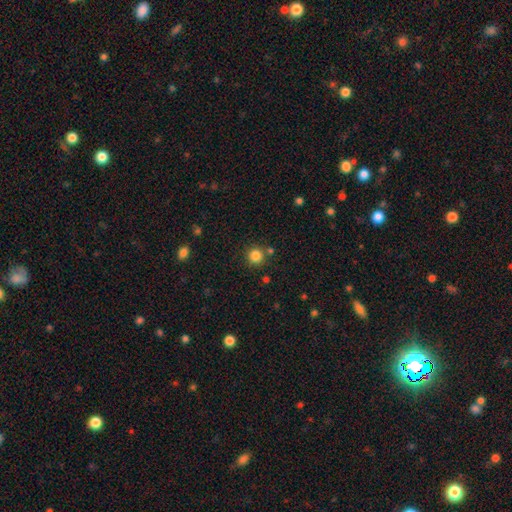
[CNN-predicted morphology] Smooth or featured: smooth — 84% (star or artifact — 12%)
How rounded: round — 94% (in between — 5%)
Merging: none — 83% (minor disturbance — 8%)